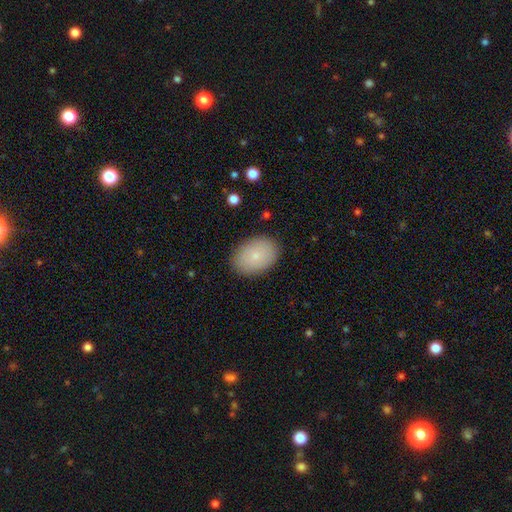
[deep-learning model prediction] This appears to be a smooth galaxy with no disk features (84%) that is in between round and cigar-shaped (83%). Merging: none (87%).